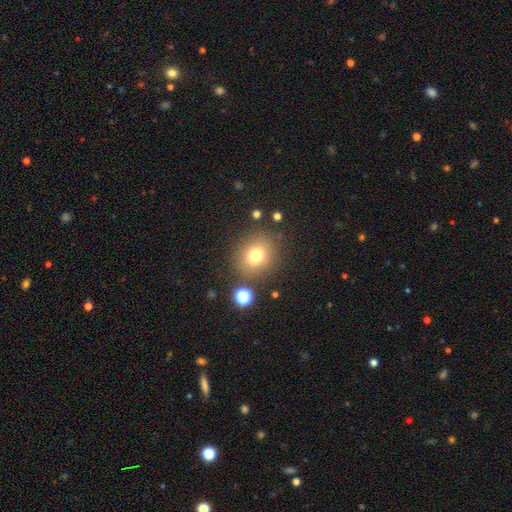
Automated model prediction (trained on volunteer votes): Smooth or featured? smooth (75%)
How rounded? round (73%)
Merging? none (80%)